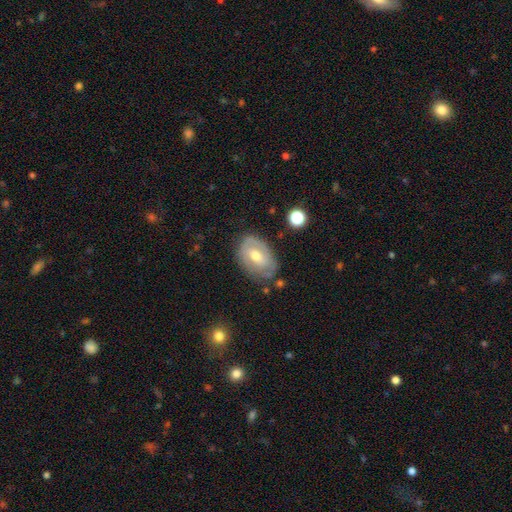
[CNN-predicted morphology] This appears to be a featured or disk galaxy (62%) with no bar (45%), spiral arms (60%) and a moderate central bulge (67%). Merging: none (67%).